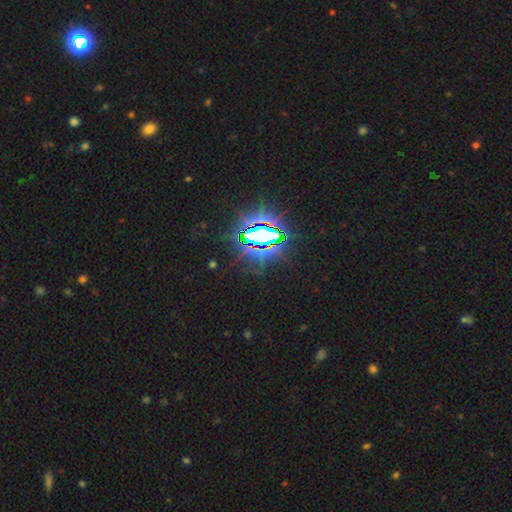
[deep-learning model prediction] Q: Smooth or featured?
A: star or artifact (86%); runner-up: smooth (8%)